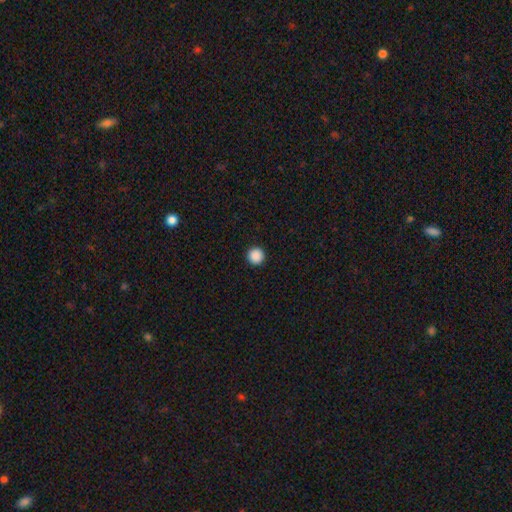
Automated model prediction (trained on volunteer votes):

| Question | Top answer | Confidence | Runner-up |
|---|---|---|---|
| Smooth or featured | smooth | 89% | star or artifact (9%) |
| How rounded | round | 96% | in between (3%) |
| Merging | none | 94% | minor disturbance (4%) |